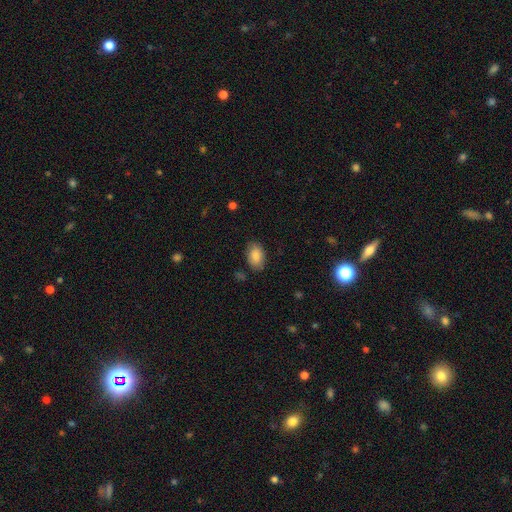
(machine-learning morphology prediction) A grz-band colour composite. It shows a smooth galaxy with no disk features (85%) that is in between round and cigar-shaped (91%). Merging: none (83%).